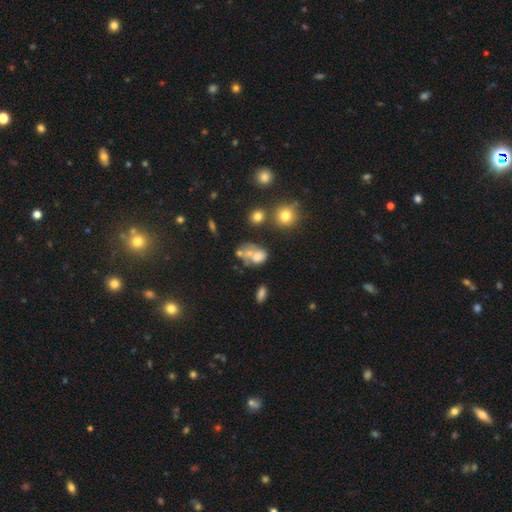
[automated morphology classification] Q: Smooth or featured?
A: smooth (57%); runner-up: featured or disk (28%)
Q: How rounded?
A: in between (66%); runner-up: round (32%)
Q: Merging?
A: merger (44%); runner-up: none (25%)